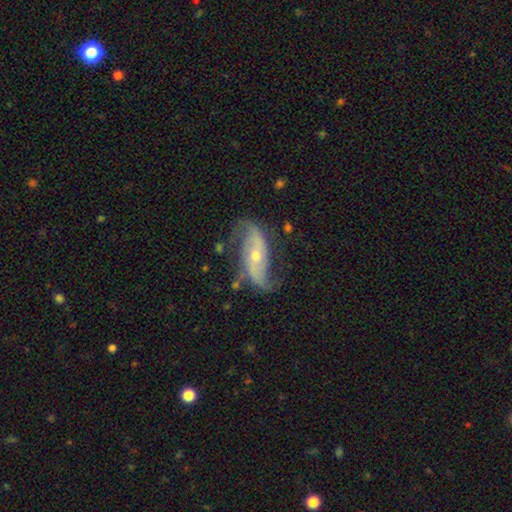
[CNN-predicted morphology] Overall: featured or disk (83%). Edge-on disk: no (92%). Bar: no (54%; weak 26%). Spiral arms: yes (94%). Spiral arm count: 2 (89%). Spiral winding: loose (63%; medium 27%). Bulge size: small (54%; moderate 42%). Merging: none (65%).